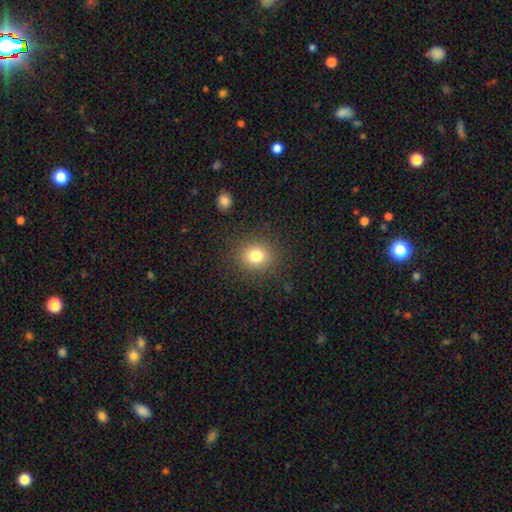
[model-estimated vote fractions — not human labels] Smooth or featured?
  - smooth: 80% *
  - star or artifact: 12%
  - featured or disk: 8%
How rounded?
  - round: 77% *
  - in between: 22%
  - cigar-shaped: 1%
Merging?
  - none: 87% *
  - minor disturbance: 8%
  - major disturbance: 4%
  - merger: 1%